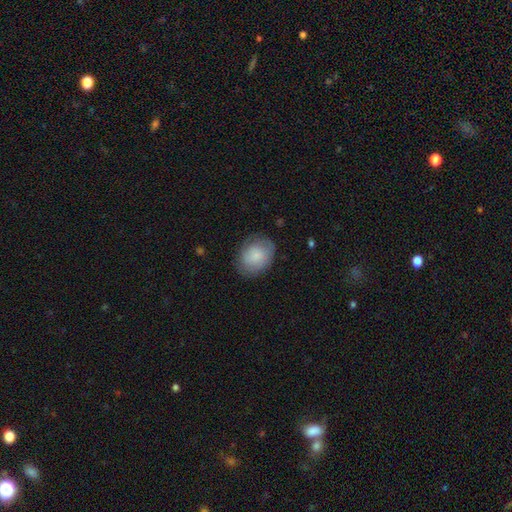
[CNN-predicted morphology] smooth_or_featured: smooth (p=0.80) [alt: featured or disk p=0.14]
how_rounded: in between (p=0.58) [alt: round p=0.41]
merging: none (p=0.75) [alt: minor disturbance p=0.19]